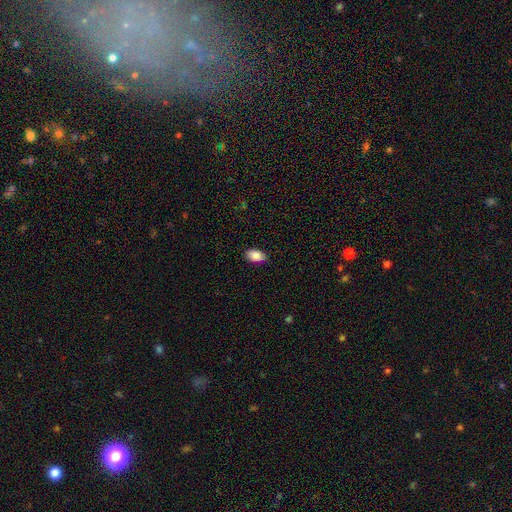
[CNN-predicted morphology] A smooth galaxy with no disk features (86%) that is in between round and cigar-shaped (93%). Merging: none (83%).